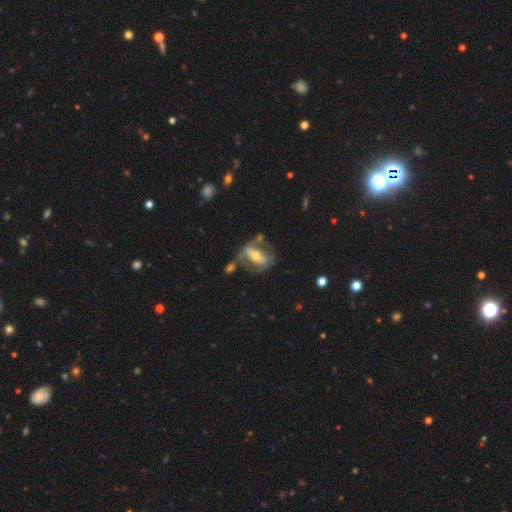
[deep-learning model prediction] smooth_or_featured: featured or disk (p=0.68) [alt: smooth p=0.25]
disk_edge_on: no (p=0.88) [alt: yes p=0.12]
bar: strong (p=0.52) [alt: weak p=0.25]
has_spiral_arms: yes (p=0.54) [alt: no p=0.46]
bulge_size: moderate (p=0.54) [alt: small p=0.38]
merging: none (p=0.40) [alt: major disturbance p=0.23]